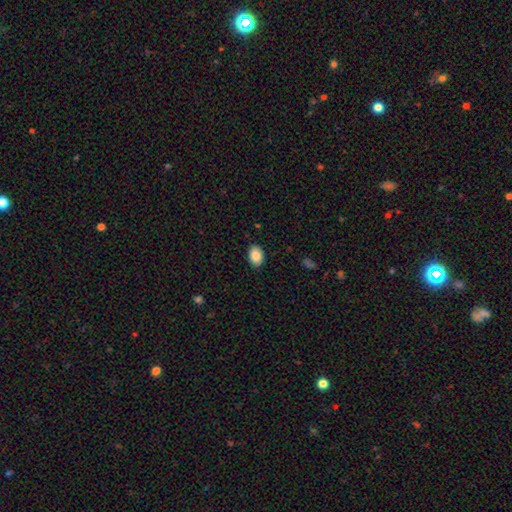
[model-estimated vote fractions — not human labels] smooth-or-featured: smooth: 88% | star or artifact: 7% | featured or disk: 4%
  how-rounded: in between: 82% | round: 17% | cigar-shaped: 1%
  merging: none: 88% | minor disturbance: 9% | major disturbance: 2% | merger: 1%